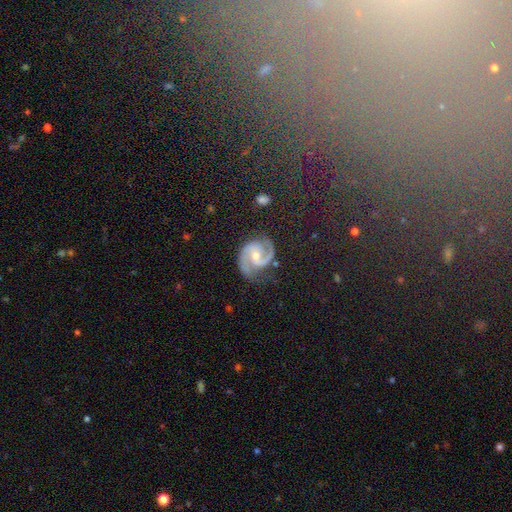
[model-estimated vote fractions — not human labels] This is clearly a featured or disk galaxy (90%). It is clearly not viewed edge-on (98%). Bar: possibly no (49%). Spiral arm pattern: clearly yes (98%). Spiral arm count: clearly 2 (94%). Spiral winding: possibly medium (57%). Central bulge: possibly moderate (52%). Merging: likely none (76%).